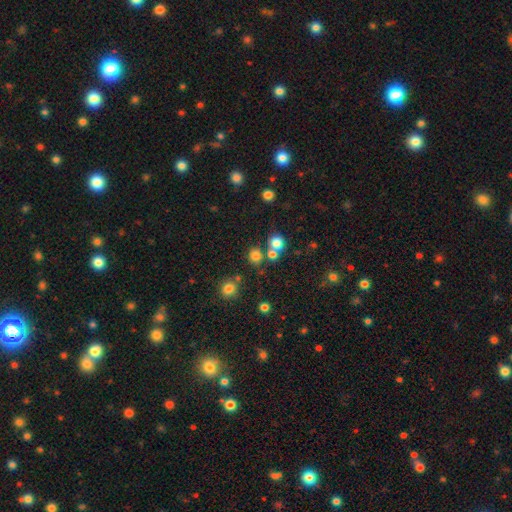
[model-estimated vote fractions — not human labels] Smooth or featured? smooth (76%)
How rounded? round (84%)
Merging? none (68%)